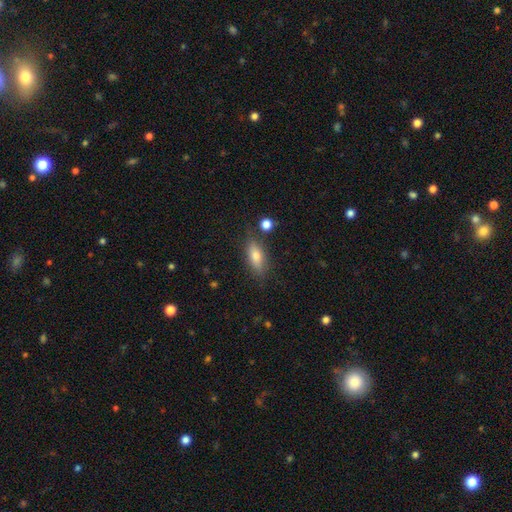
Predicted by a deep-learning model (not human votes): smooth-or-featured: smooth: 67% | featured or disk: 24% | star or artifact: 10%
  how-rounded: in between: 62% | cigar-shaped: 34% | round: 4%
  merging: none: 81% | minor disturbance: 13% | merger: 4% | major disturbance: 3%